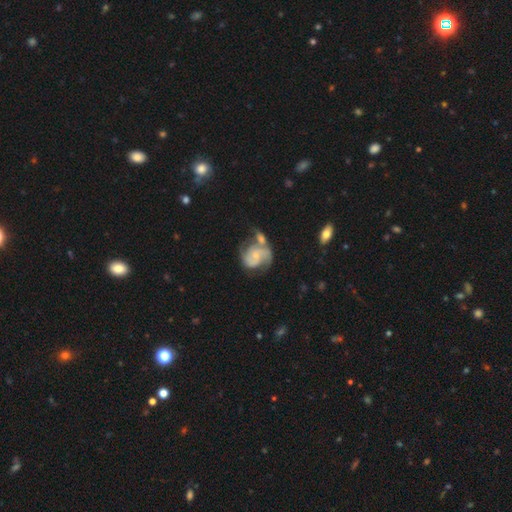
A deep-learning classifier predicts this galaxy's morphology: Smooth or featured?
  - featured or disk: 75% *
  - smooth: 18%
  - star or artifact: 6%
Edge-on disk?
  - no: 98% *
  - yes: 2%
Bar?
  - no: 63% *
  - weak: 31%
  - strong: 6%
Spiral arms?
  - yes: 92% *
  - no: 8%
Spiral winding?
  - medium: 48% *
  - tight: 28%
  - loose: 23%
Spiral arm count?
  - 2: 78% *
  - can't tell: 9%
  - 3: 5%
  - 1: 4%
  - 4: 2%
  - more than 4: 1%
Bulge size?
  - small: 60% *
  - moderate: 23%
  - none: 14%
  - large: 2%
  - dominant: 1%
Merging?
  - merger: 36% *
  - none: 33%
  - minor disturbance: 18%
  - major disturbance: 13%